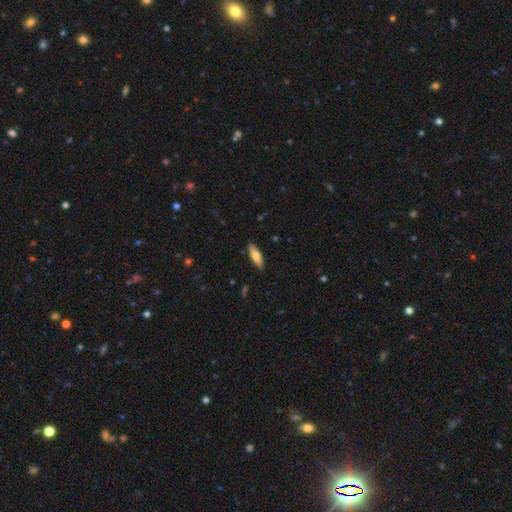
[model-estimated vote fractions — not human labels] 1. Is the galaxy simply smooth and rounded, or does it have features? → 68% smooth, 26% featured or disk, 6% star or artifact.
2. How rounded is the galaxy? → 52% cigar-shaped, 46% in between, 2% round.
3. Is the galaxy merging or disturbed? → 88% none, 9% minor disturbance, 2% major disturbance, 1% merger.